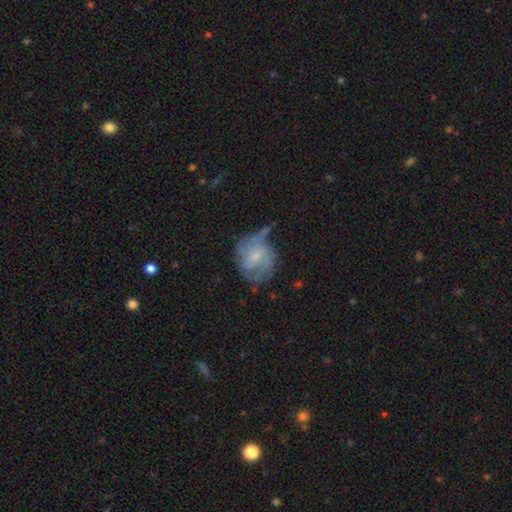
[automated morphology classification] This appears to be a featured or disk galaxy (55%) with no bar (51%), spiral arms (74%) and a small central bulge (54%). Merging: none (41%).